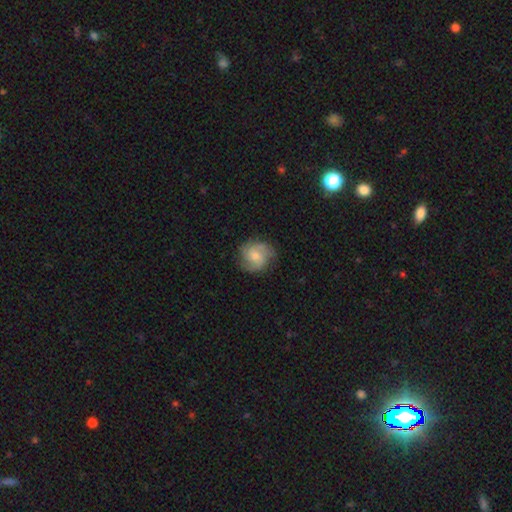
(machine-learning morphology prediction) Smooth or featured?
  - featured or disk: 70% *
  - smooth: 23%
  - star or artifact: 6%
Edge-on disk?
  - no: 98% *
  - yes: 2%
Bar?
  - no: 66% *
  - weak: 30%
  - strong: 4%
Spiral arms?
  - yes: 95% *
  - no: 5%
Spiral winding?
  - medium: 46% *
  - tight: 39%
  - loose: 15%
Spiral arm count?
  - 2: 36% *
  - 3: 33%
  - can't tell: 16%
  - 4: 6%
  - 1: 4%
  - more than 4: 4%
Bulge size?
  - small: 51% *
  - moderate: 41%
  - none: 4%
  - large: 3%
  - dominant: 1%
Merging?
  - none: 77% *
  - minor disturbance: 17%
  - major disturbance: 6%
  - merger: 1%